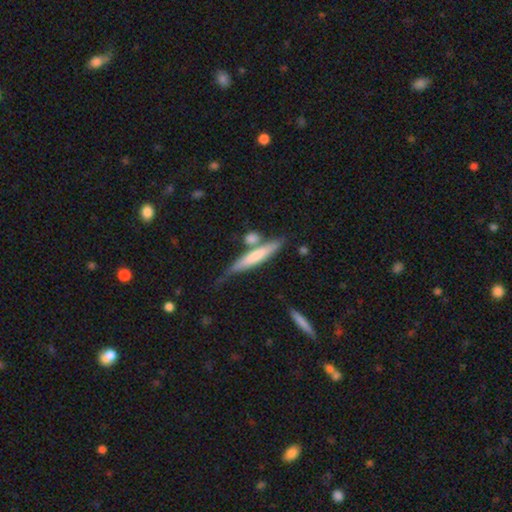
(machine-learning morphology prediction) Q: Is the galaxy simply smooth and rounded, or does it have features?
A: smooth — 58%.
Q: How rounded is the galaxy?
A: cigar-shaped — 89%.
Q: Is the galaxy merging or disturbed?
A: none — 55%.